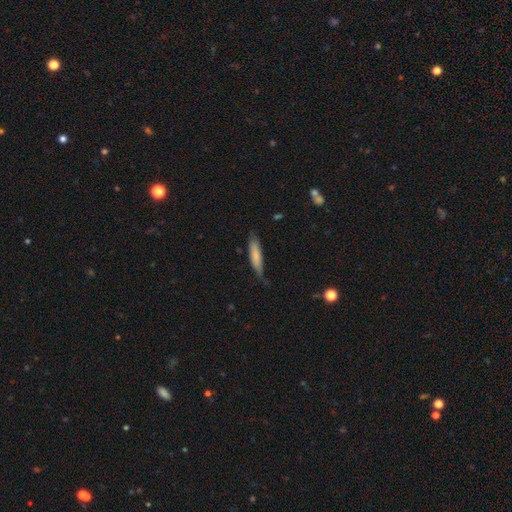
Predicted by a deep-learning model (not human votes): Q: Smooth or featured?
A: smooth (73%); runner-up: featured or disk (21%)
Q: How rounded?
A: cigar-shaped (79%); runner-up: in between (19%)
Q: Merging?
A: none (70%); runner-up: minor disturbance (25%)